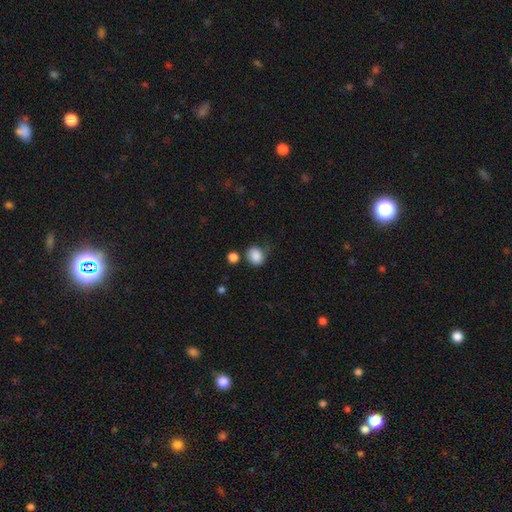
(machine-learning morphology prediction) This is clearly a smooth galaxy (86%). How rounded: likely round (67%). Merging: possibly none (57%).